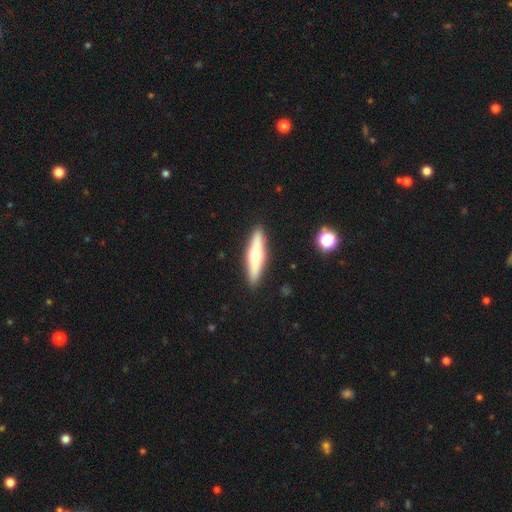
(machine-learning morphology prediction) Smooth or featured?
  - smooth: 49% *
  - featured or disk: 46%
  - star or artifact: 6%
Merging?
  - none: 90% *
  - minor disturbance: 7%
  - major disturbance: 2%
  - merger: 1%